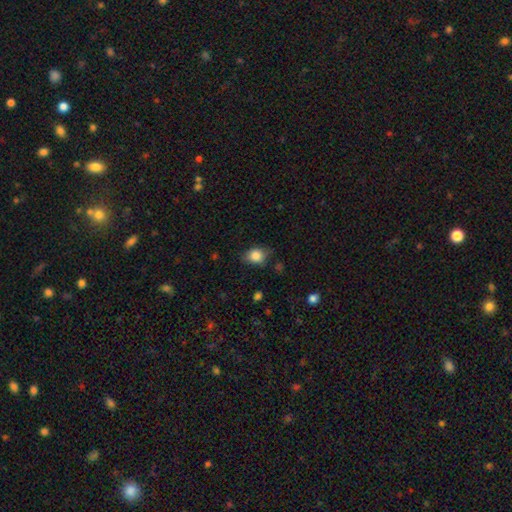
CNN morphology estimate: Overall: smooth (84%). How rounded: round (54%; in between 45%). Merging: none (67%).